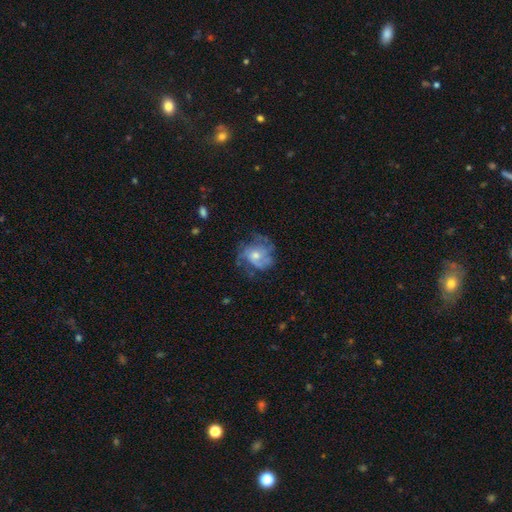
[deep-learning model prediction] smooth_or_featured: featured or disk (p=0.73) [alt: smooth p=0.19]
disk_edge_on: no (p=0.98) [alt: yes p=0.02]
bar: no (p=0.77) [alt: weak p=0.20]
has_spiral_arms: yes (p=0.86) [alt: no p=0.14]
spiral_winding: tight (p=0.42) [alt: medium p=0.41]
spiral_arm_count: can't tell (p=0.33) [alt: 3 p=0.27]
bulge_size: moderate (p=0.58) [alt: small p=0.34]
merging: none (p=0.61) [alt: minor disturbance p=0.22]